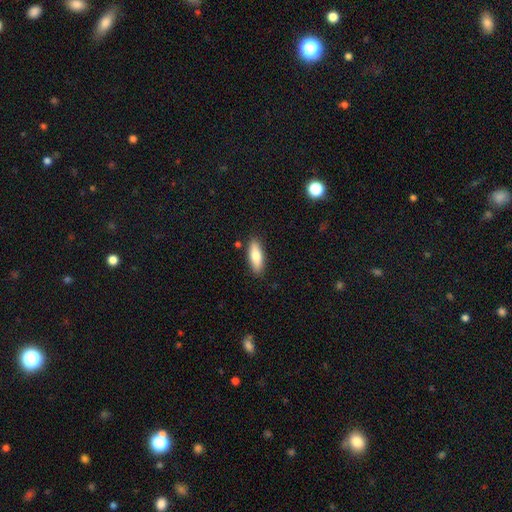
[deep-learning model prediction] A smooth galaxy with no disk features (77%) that is in between round and cigar-shaped (61%). Merging: none (86%).